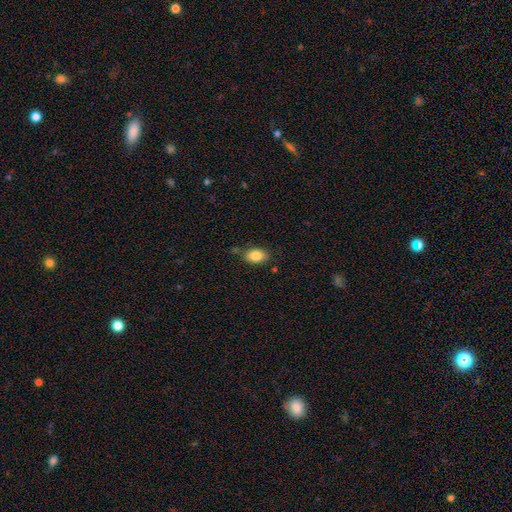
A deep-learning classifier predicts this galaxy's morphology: Smooth or featured? smooth (86%)
How rounded? in between (89%)
Merging? none (77%)